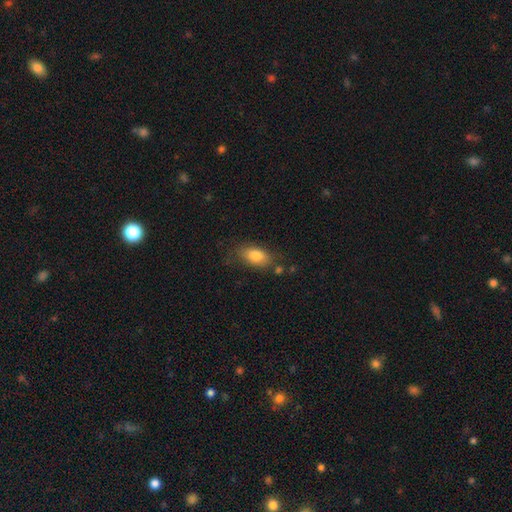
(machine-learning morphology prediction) Q: Smooth or featured?
A: smooth (81%); runner-up: featured or disk (12%)
Q: How rounded?
A: in between (88%); runner-up: round (7%)
Q: Merging?
A: none (68%); runner-up: minor disturbance (21%)